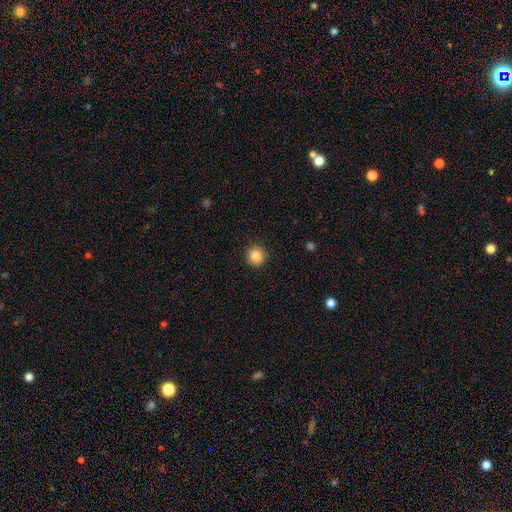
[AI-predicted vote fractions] smooth-or-featured: smooth: 85% | star or artifact: 10% | featured or disk: 5%
  how-rounded: round: 92% | in between: 7% | cigar-shaped: 1%
  merging: none: 91% | minor disturbance: 6% | major disturbance: 2% | merger: 1%